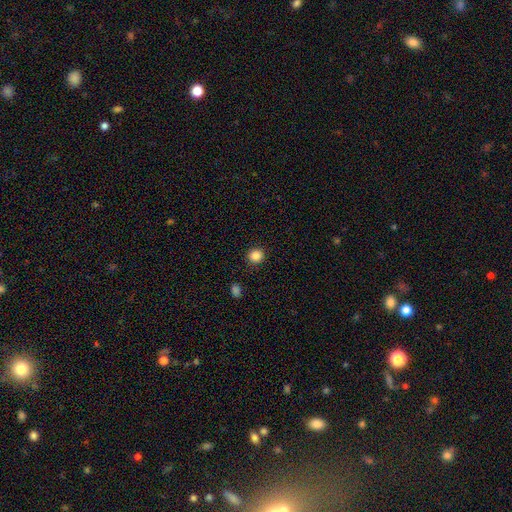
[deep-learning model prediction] smooth 85%, star or artifact 11%, featured or disk 4%. Down the decision tree: how rounded — round (92%); merging — none (91%).